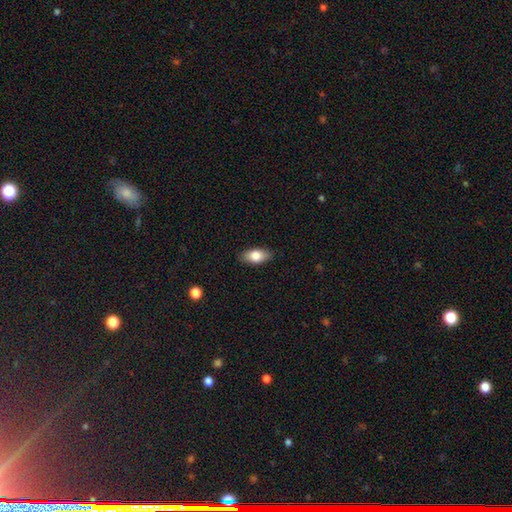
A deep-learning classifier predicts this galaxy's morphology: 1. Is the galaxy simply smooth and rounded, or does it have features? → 80% smooth, 14% featured or disk, 7% star or artifact.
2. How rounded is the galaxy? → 88% in between, 8% cigar-shaped, 4% round.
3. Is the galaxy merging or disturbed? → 87% none, 9% minor disturbance, 2% major disturbance, 1% merger.